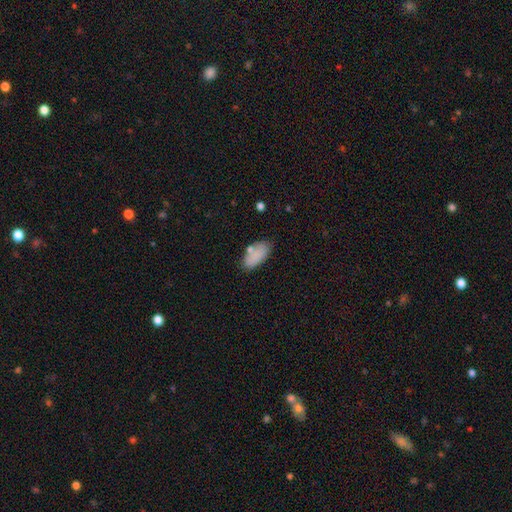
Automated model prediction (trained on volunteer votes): Smooth or featured?
  - smooth: 82% *
  - featured or disk: 10%
  - star or artifact: 8%
How rounded?
  - in between: 92% *
  - cigar-shaped: 5%
  - round: 3%
Merging?
  - none: 69% *
  - minor disturbance: 18%
  - merger: 8%
  - major disturbance: 5%